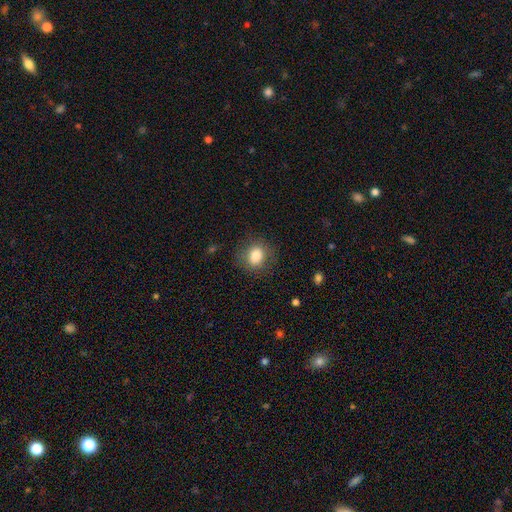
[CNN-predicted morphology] This appears to be a smooth galaxy with no disk features (82%) that is round (64%). Merging: none (82%).